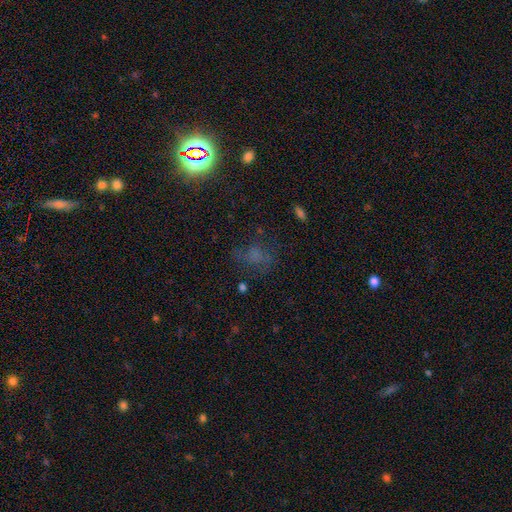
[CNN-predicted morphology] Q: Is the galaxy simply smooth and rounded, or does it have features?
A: smooth — 44%.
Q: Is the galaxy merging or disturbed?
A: none — 57%.